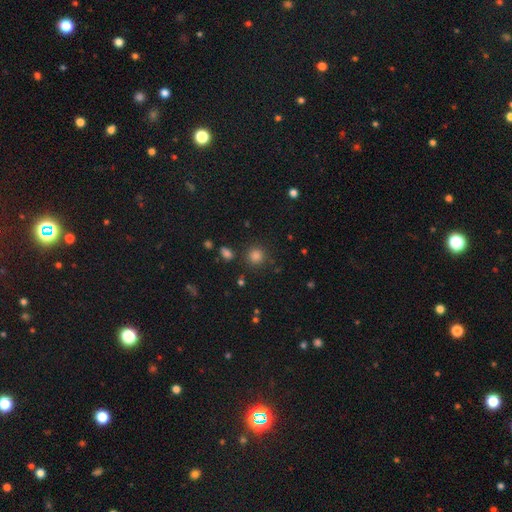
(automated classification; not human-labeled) Smooth or featured?
  - smooth: 80% *
  - star or artifact: 15%
  - featured or disk: 5%
How rounded?
  - round: 91% *
  - in between: 8%
  - cigar-shaped: 1%
Merging?
  - none: 85% *
  - minor disturbance: 8%
  - merger: 4%
  - major disturbance: 3%